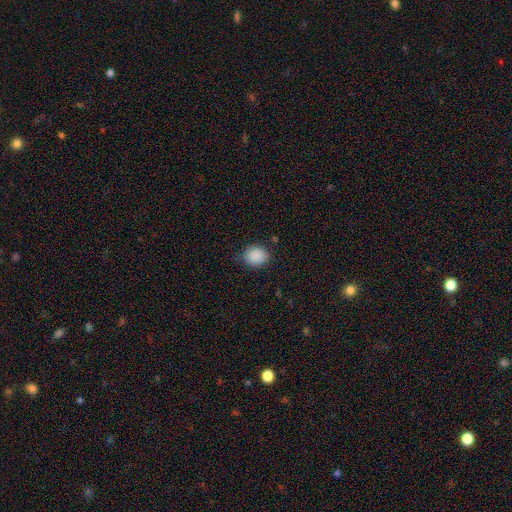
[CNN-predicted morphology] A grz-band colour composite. It shows a smooth galaxy with no disk features (88%) that is round (66%). Merging: none (76%).